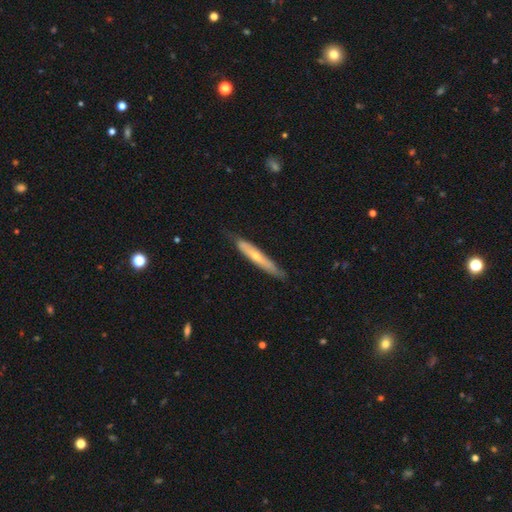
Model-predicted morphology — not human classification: A smooth galaxy with no disk features (48%).

Vote fractions:
- Smooth or featured? smooth: 48% / featured or disk: 47% / star or artifact: 6%
- Merging? none: 73% / minor disturbance: 22% / major disturbance: 4% / merger: 2%